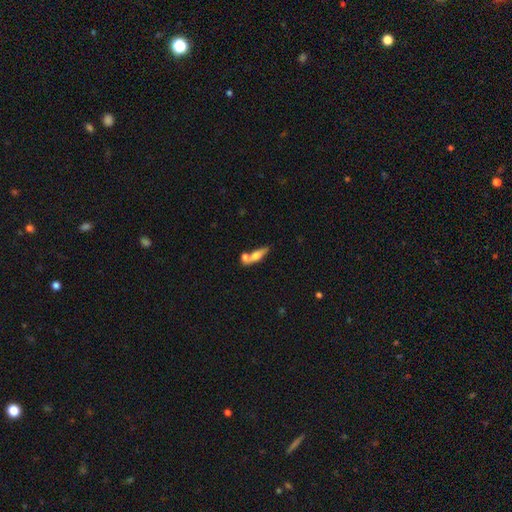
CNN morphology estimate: Smooth or featured: smooth — 56% (featured or disk — 37%)
How rounded: cigar-shaped — 50% (in between — 43%)
Merging: merger — 42% (none — 41%)